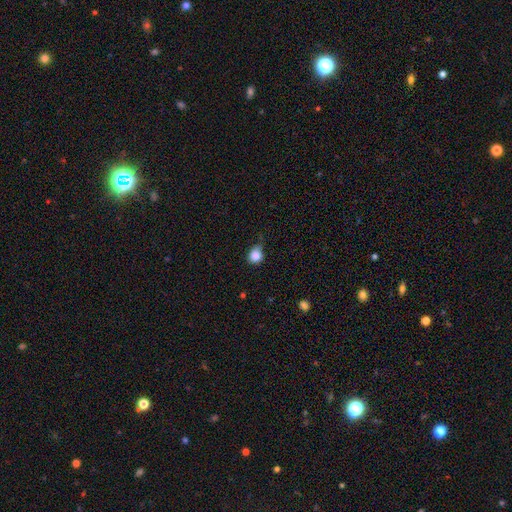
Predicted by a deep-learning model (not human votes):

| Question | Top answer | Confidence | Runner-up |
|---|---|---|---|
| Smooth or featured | smooth | 84% | star or artifact (10%) |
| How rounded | round | 74% | in between (25%) |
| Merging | none | 55% | minor disturbance (35%) |